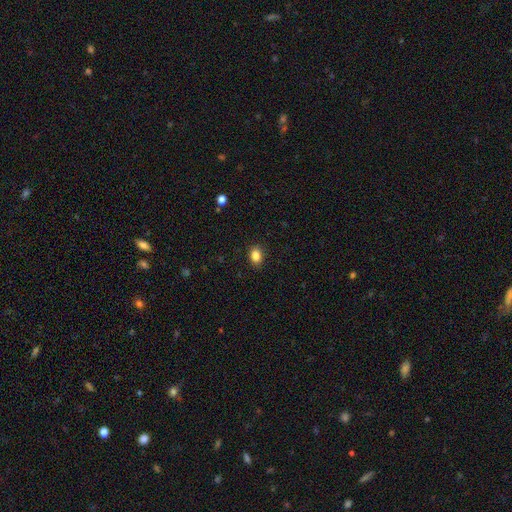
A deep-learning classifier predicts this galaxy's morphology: This appears to be a smooth galaxy with no disk features (86%) that is in between round and cigar-shaped (67%). Merging: none (88%).